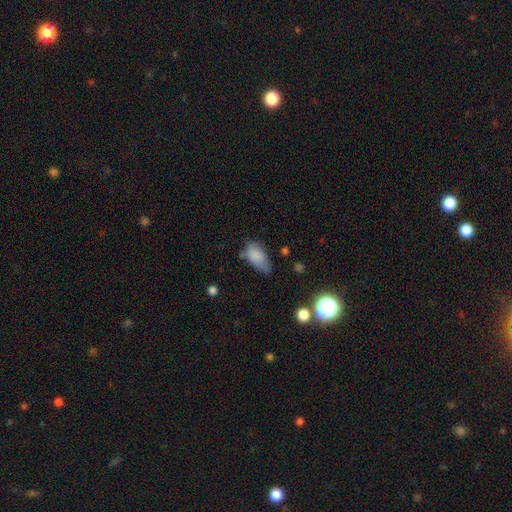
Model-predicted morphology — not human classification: type=smooth (80%); roundness=in between (91%); merging=minor disturbance (40%).